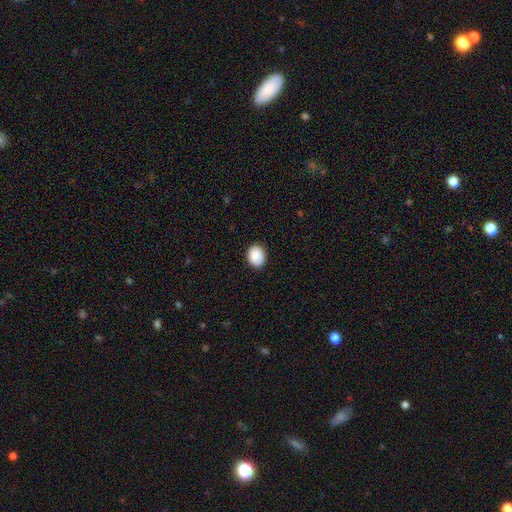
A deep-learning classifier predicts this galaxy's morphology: Smooth or featured? smooth (88%)
How rounded? round (52%)
Merging? none (88%)